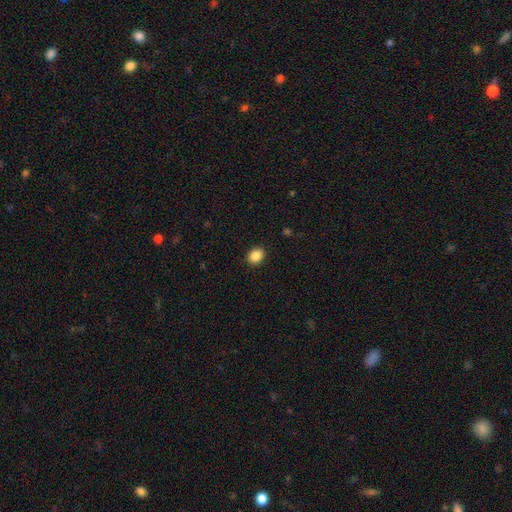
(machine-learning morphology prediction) Smooth or featured: smooth — 87% (star or artifact — 9%)
How rounded: round — 53% (in between — 46%)
Merging: none — 90% (minor disturbance — 7%)